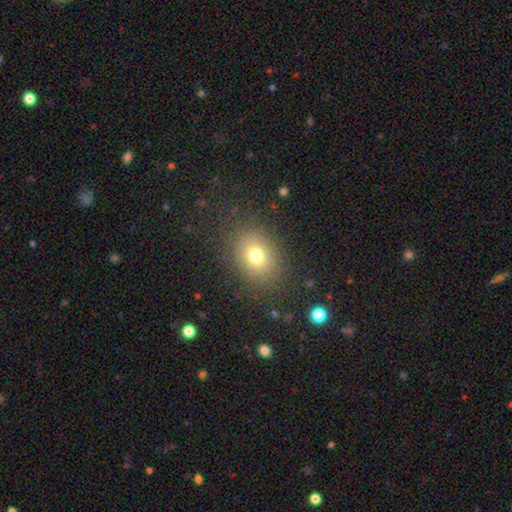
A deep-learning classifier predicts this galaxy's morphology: Smooth or featured? smooth (74%)
How rounded? in between (54%)
Merging? none (84%)